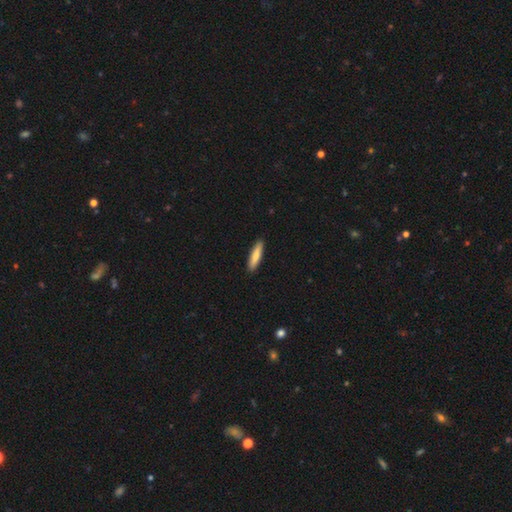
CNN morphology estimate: Overall: smooth (78%). How rounded: cigar-shaped (83%). Merging: none (91%).